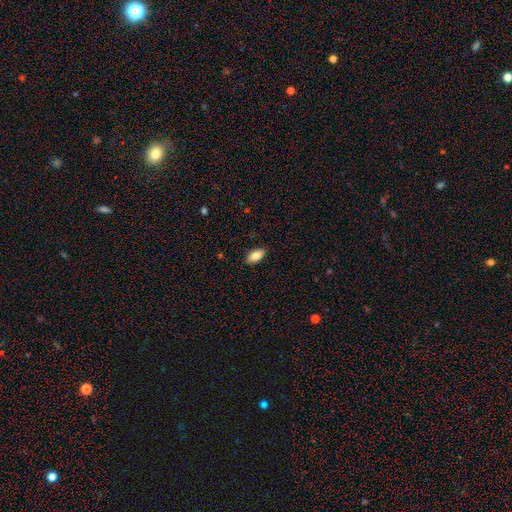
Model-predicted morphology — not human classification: The model was most divided on "smooth or featured": smooth: 83%, featured or disk: 10%, star or artifact: 7%. More confident: how rounded — in between (91%); merging — none (87%).